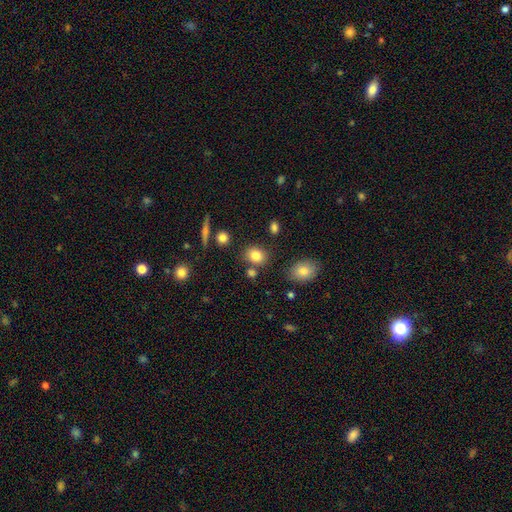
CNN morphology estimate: Overall: smooth (81%). How rounded: round (56%; in between 43%). Merging: none (77%).